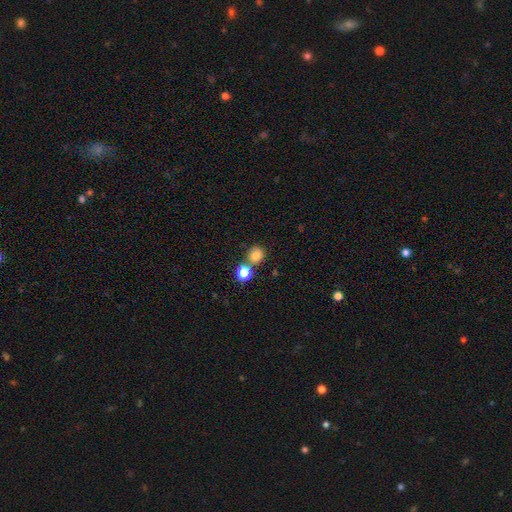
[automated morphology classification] smooth 80%, star or artifact 14%, featured or disk 6%. Down the decision tree: how rounded — round (86%); merging — none (71%).